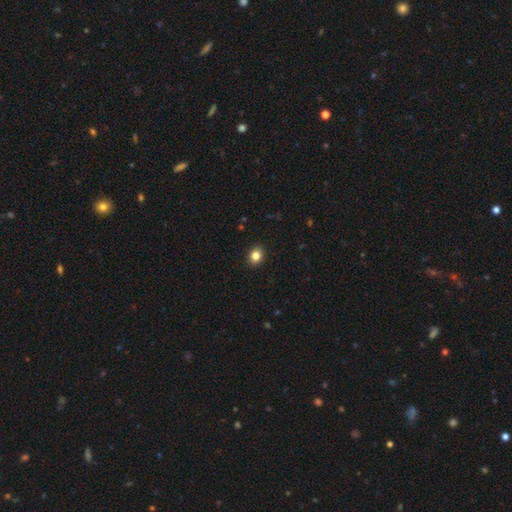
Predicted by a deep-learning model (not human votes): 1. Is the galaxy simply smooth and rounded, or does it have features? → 83% smooth, 11% star or artifact, 6% featured or disk.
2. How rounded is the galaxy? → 54% round, 45% in between, 1% cigar-shaped.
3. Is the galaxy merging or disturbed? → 91% none, 6% minor disturbance, 2% major disturbance, 1% merger.